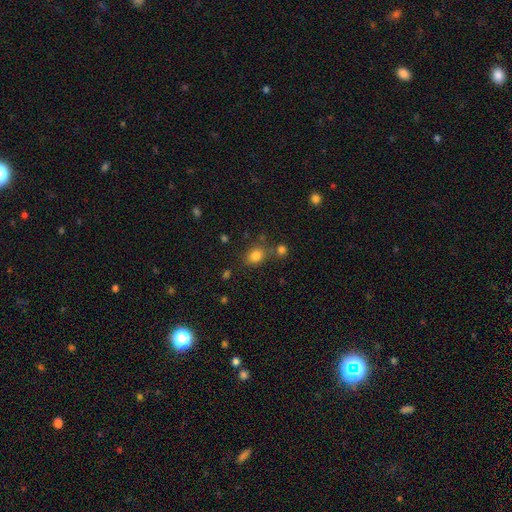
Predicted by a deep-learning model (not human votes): A smooth galaxy with no disk features (81%) that is in between round and cigar-shaped (55%).

Vote fractions:
- Smooth or featured? smooth: 81% / star or artifact: 13% / featured or disk: 6%
- How rounded? in between: 55% / round: 44% / cigar-shaped: 1%
- Merging? none: 69% / minor disturbance: 14% / merger: 13% / major disturbance: 5%